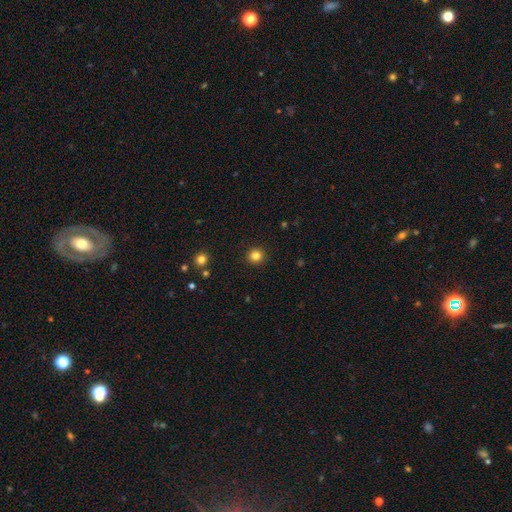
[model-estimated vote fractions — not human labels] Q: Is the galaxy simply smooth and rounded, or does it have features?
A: smooth — 82%.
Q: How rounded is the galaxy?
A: round — 95%.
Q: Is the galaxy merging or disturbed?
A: none — 93%.